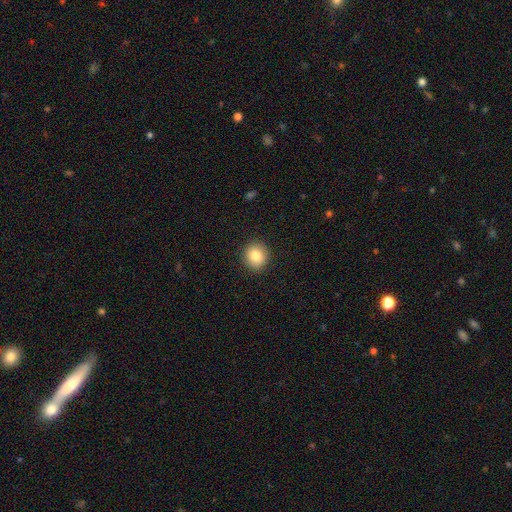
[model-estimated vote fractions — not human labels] Overall: smooth (84%). How rounded: round (87%). Merging: none (92%).